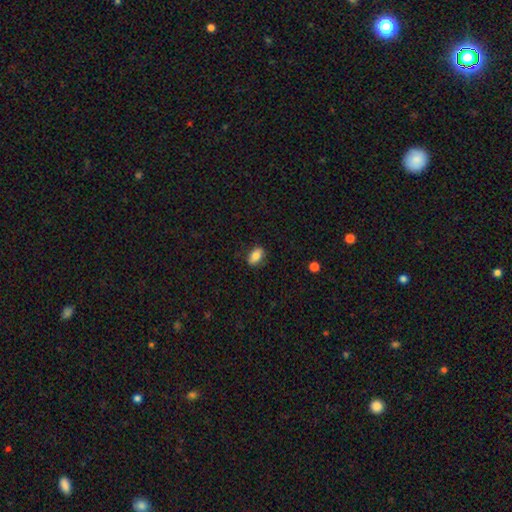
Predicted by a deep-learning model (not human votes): smooth_or_featured: smooth (p=0.83) [alt: featured or disk p=0.10]
how_rounded: in between (p=0.89) [alt: round p=0.07]
merging: none (p=0.84) [alt: minor disturbance p=0.12]